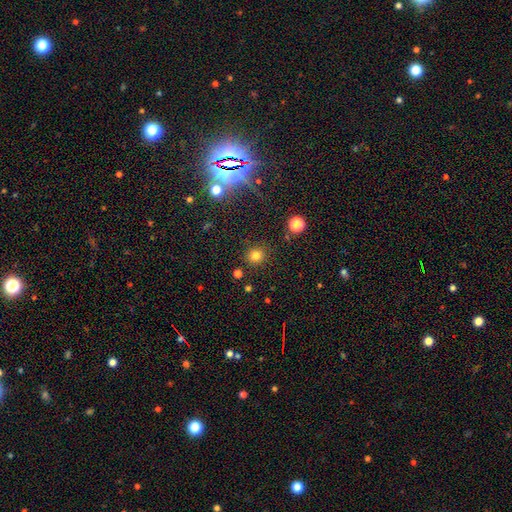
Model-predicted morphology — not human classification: smooth_or_featured: smooth (p=0.79) [alt: star or artifact p=0.16]
how_rounded: round (p=0.91) [alt: in between p=0.08]
merging: none (p=0.87) [alt: minor disturbance p=0.07]